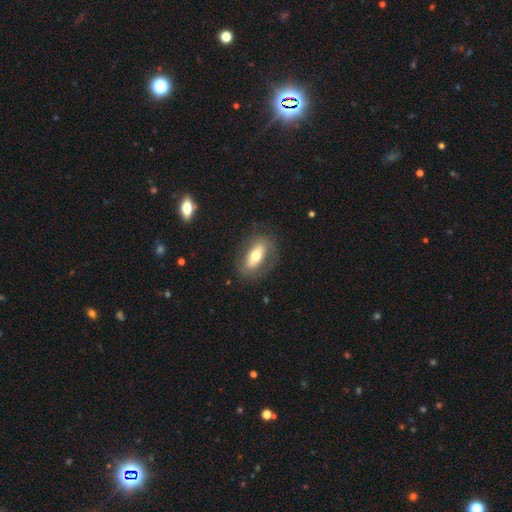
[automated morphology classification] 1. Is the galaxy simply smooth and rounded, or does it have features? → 54% smooth, 39% featured or disk, 7% star or artifact.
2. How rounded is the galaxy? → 83% in between, 11% cigar-shaped, 6% round.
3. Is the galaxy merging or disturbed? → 76% none, 15% minor disturbance, 8% major disturbance, 1% merger.